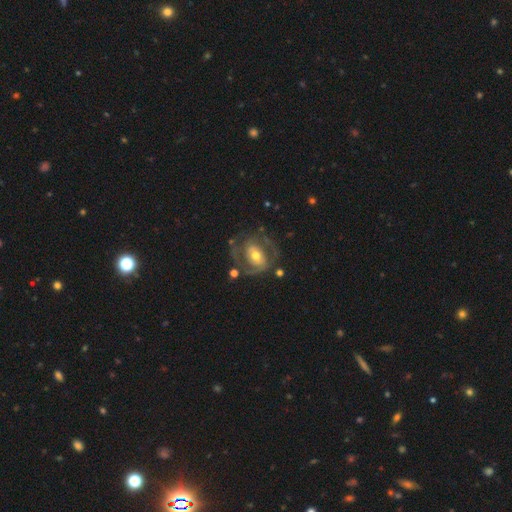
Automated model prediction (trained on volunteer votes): This is likely a featured or disk galaxy (77%). It is clearly not viewed edge-on (96%). Bar: marginally no (43%). Spiral arm pattern: likely yes (76%). Spiral arm count: likely 2 (71%). Spiral winding: marginally medium (44%). Central bulge: likely moderate (67%). Merging: possibly none (59%).